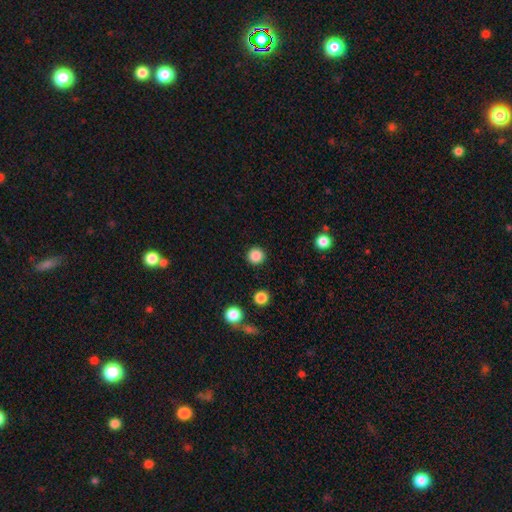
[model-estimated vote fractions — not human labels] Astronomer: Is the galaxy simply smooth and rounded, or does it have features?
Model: smooth — 86%.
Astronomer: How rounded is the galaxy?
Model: round — 95%.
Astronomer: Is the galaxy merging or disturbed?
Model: none — 92%.